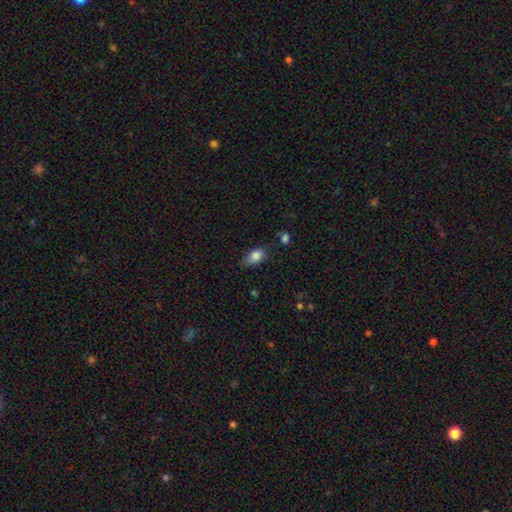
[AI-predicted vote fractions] smooth_or_featured: smooth (p=0.84) [alt: star or artifact p=0.08]
how_rounded: in between (p=0.86) [alt: round p=0.10]
merging: none (p=0.56) [alt: minor disturbance p=0.33]